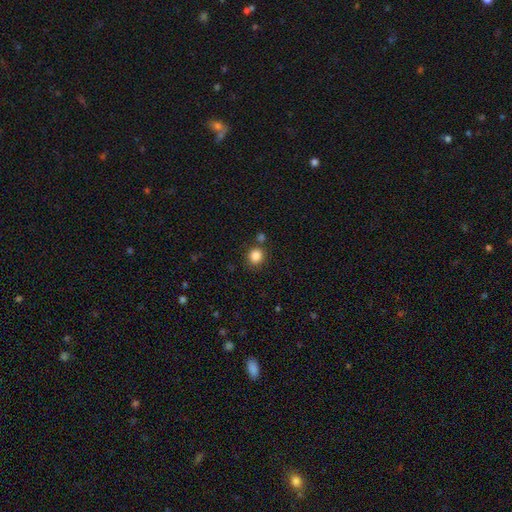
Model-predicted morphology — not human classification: This appears to be a smooth galaxy with no disk features (86%) that is round (80%). Merging: none (78%).